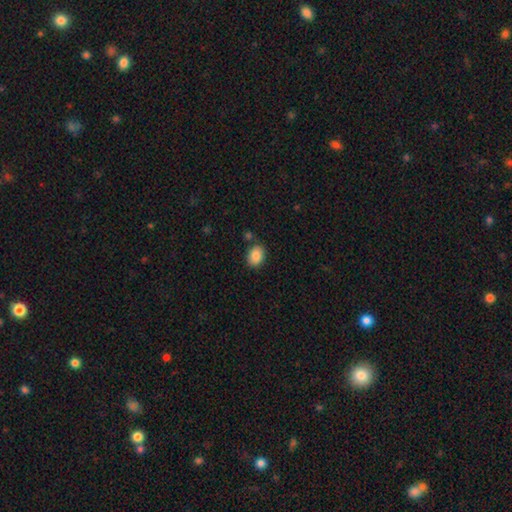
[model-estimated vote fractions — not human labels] smooth-or-featured: smooth: 87% | star or artifact: 8% | featured or disk: 5%
  how-rounded: in between: 68% | round: 31% | cigar-shaped: 1%
  merging: none: 82% | minor disturbance: 11% | merger: 5% | major disturbance: 3%